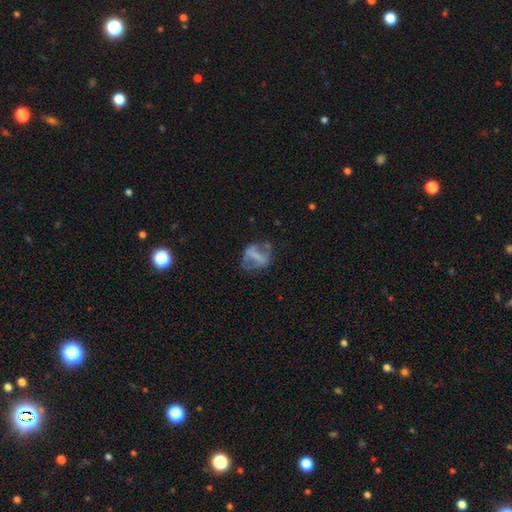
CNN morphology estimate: Smooth or featured: featured or disk — 57% (smooth — 32%)
Edge-on disk: no — 95% (yes — 5%)
Bar: strong — 51% (no — 26%)
Spiral arms: no — 61% (yes — 39%)
Bulge size: none — 67% (small — 15%)
Merging: none — 51% (major disturbance — 24%)